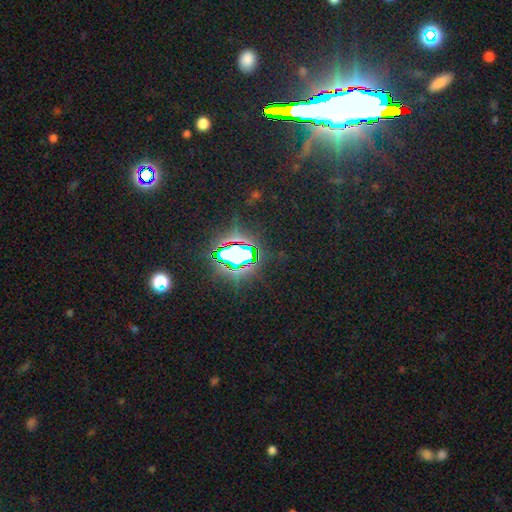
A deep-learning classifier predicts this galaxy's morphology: A star or artifact, not a galaxy (80%).